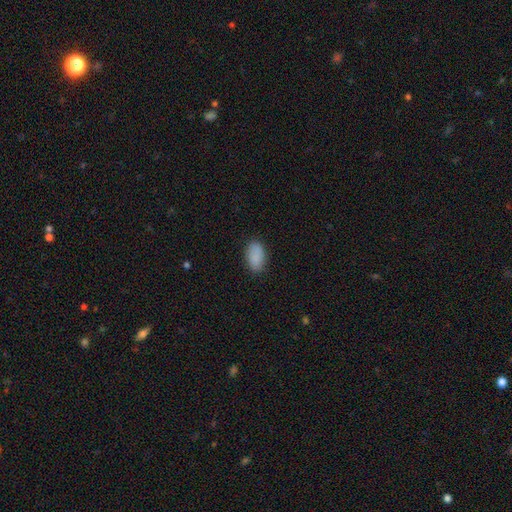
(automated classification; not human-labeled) Smooth or featured? smooth (89%)
How rounded? in between (93%)
Merging? none (85%)